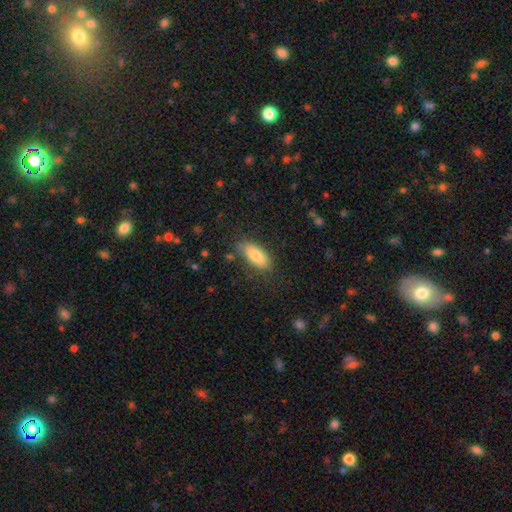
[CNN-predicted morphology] Smooth or featured: smooth — 81% (featured or disk — 12%)
How rounded: in between — 81% (cigar-shaped — 17%)
Merging: none — 76% (minor disturbance — 17%)